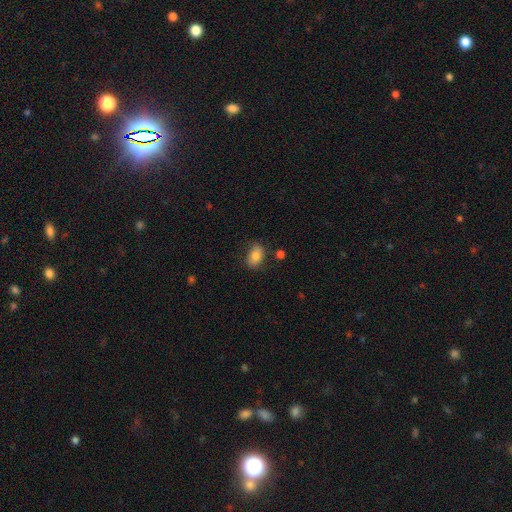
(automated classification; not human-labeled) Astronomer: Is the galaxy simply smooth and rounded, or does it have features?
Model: smooth — 81%.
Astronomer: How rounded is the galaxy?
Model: in between — 84%.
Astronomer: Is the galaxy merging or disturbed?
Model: none — 72%.